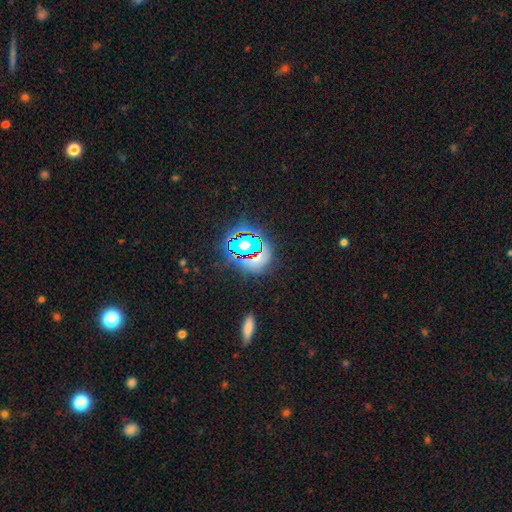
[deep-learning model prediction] Smooth or featured: star or artifact — 56% (smooth — 30%)